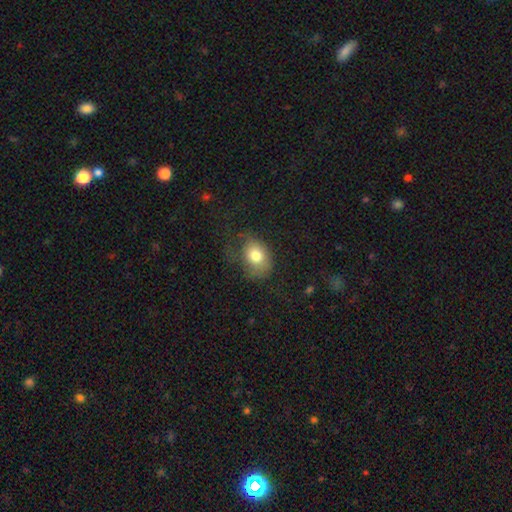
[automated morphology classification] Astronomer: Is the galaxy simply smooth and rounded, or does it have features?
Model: smooth — 77%.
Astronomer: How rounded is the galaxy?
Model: in between — 64%.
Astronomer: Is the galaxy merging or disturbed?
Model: none — 45% (runner-up: minor disturbance, 28%).